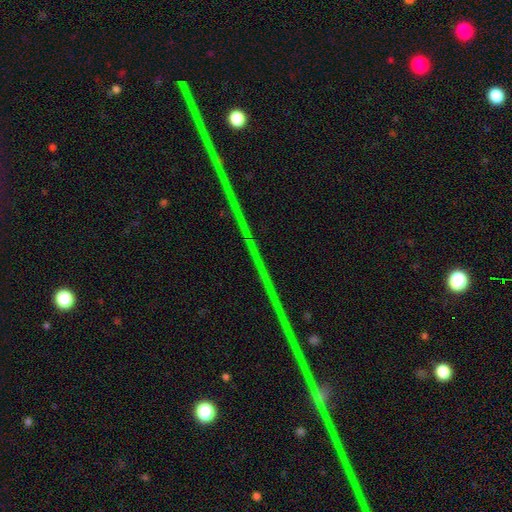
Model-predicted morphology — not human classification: Q: Smooth or featured?
A: star or artifact (84%); runner-up: featured or disk (10%)